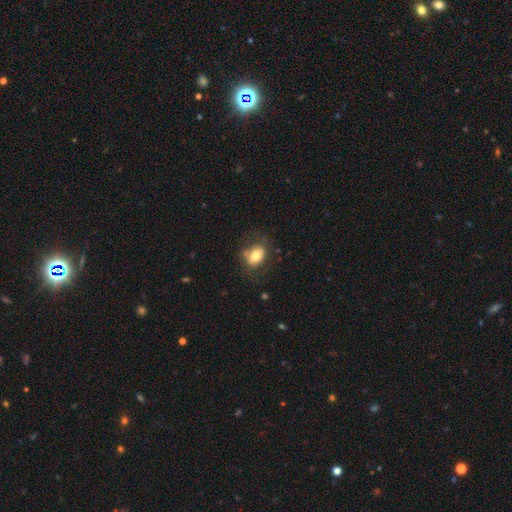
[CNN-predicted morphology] The model was most divided on "how rounded": in between: 72%, round: 26%, cigar-shaped: 1%. More confident: smooth or featured — smooth (75%); merging — none (66%).